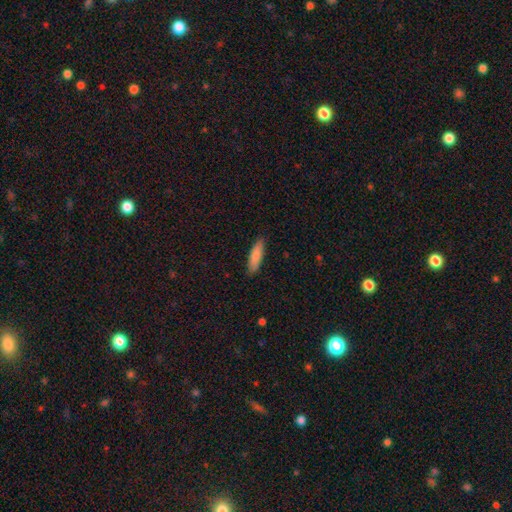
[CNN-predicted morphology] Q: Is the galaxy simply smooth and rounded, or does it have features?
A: smooth — 85%.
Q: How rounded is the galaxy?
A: cigar-shaped — 66%.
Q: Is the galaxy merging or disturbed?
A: none — 87%.